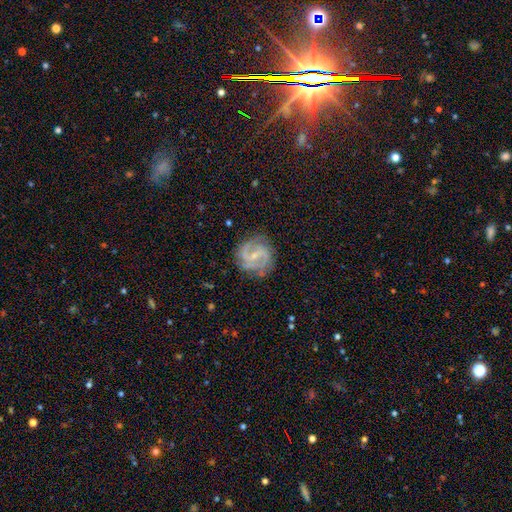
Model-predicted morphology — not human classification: smooth-or-featured: featured or disk: 86% | smooth: 8% | star or artifact: 6%
  disk-edge-on: no: 98% | yes: 2%
    bar: weak: 52% | strong: 26% | no: 22%
    has-spiral-arms: yes: 96% | no: 4%
      spiral-winding: medium: 52% | tight: 33% | loose: 15%
      spiral-arm-count: 2: 76% | 3: 10% | can't tell: 8% | 1: 3% | 4: 2% | more than 4: 2%
    bulge-size: small: 68% | moderate: 25% | none: 5% | large: 1% | dominant: 1%
  merging: none: 77% | minor disturbance: 16% | major disturbance: 6% | merger: 1%